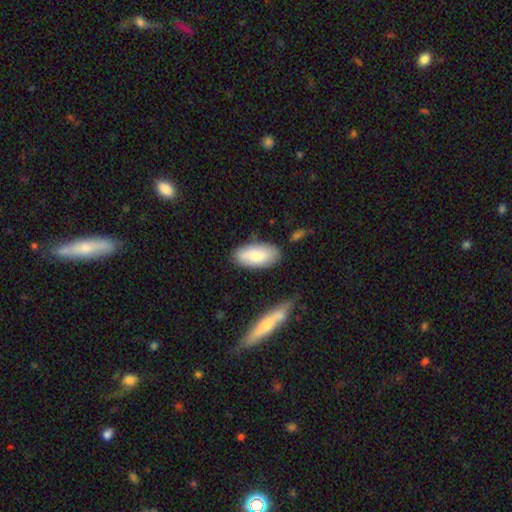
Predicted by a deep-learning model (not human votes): Morphology: type=smooth (75%); roundness=in between (91%); merging=none (75%).